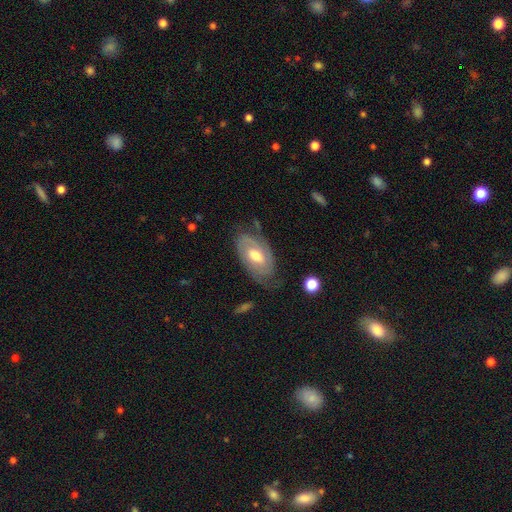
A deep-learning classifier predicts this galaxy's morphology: Q: Smooth or featured?
A: featured or disk (78%); runner-up: smooth (17%)
Q: Edge-on disk?
A: no (94%); runner-up: yes (6%)
Q: Bar?
A: no (46%); runner-up: weak (42%)
Q: Spiral arms?
A: yes (89%); runner-up: no (11%)
Q: Spiral winding?
A: tight (61%); runner-up: medium (30%)
Q: Spiral arm count?
A: 2 (68%); runner-up: can't tell (19%)
Q: Bulge size?
A: moderate (71%); runner-up: small (13%)
Q: Merging?
A: none (68%); runner-up: minor disturbance (21%)